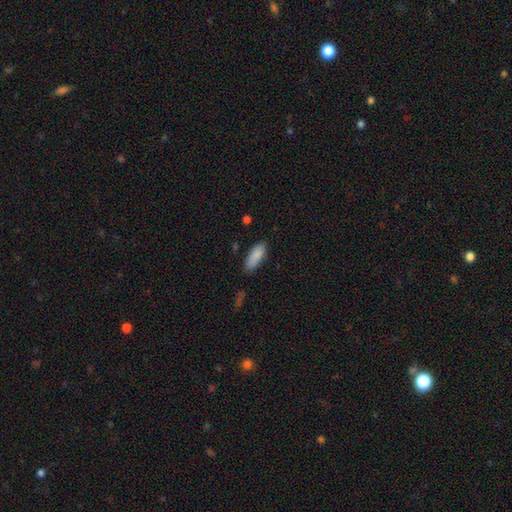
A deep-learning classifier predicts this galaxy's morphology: A smooth galaxy with no disk features (87%) that is in between round and cigar-shaped (74%). Merging: none (79%).